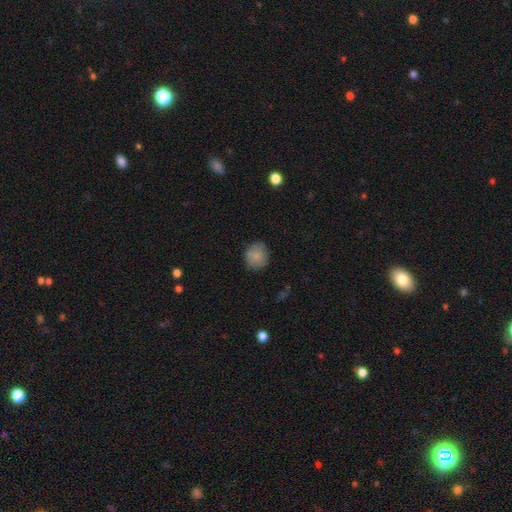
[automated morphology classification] smooth-or-featured: smooth: 80% | featured or disk: 12% | star or artifact: 8%
  how-rounded: round: 79% | in between: 20% | cigar-shaped: 1%
  merging: none: 75% | minor disturbance: 19% | major disturbance: 5% | merger: 2%